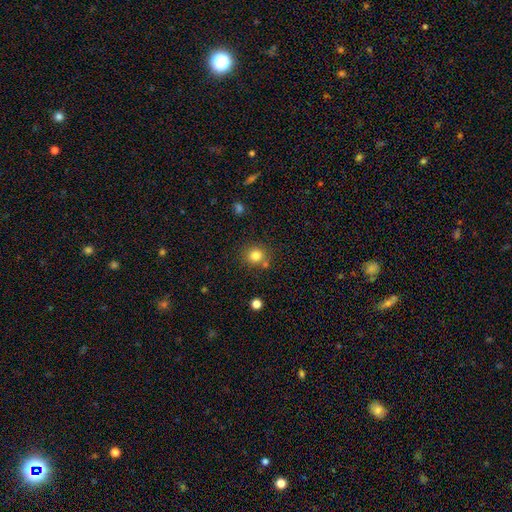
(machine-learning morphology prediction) smooth_or_featured: smooth (p=0.82) [alt: star or artifact p=0.12]
how_rounded: round (p=0.89) [alt: in between p=0.10]
merging: none (p=0.76) [alt: merger p=0.11]